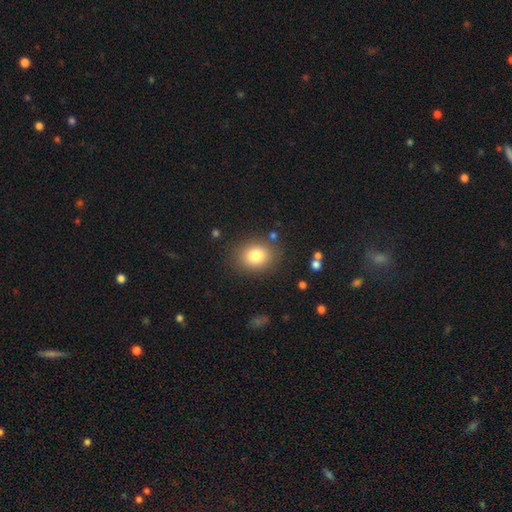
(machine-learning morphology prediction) Smooth or featured?
  - smooth: 82% *
  - star or artifact: 10%
  - featured or disk: 8%
How rounded?
  - round: 55% *
  - in between: 44%
  - cigar-shaped: 1%
Merging?
  - none: 83% *
  - minor disturbance: 11%
  - major disturbance: 4%
  - merger: 3%